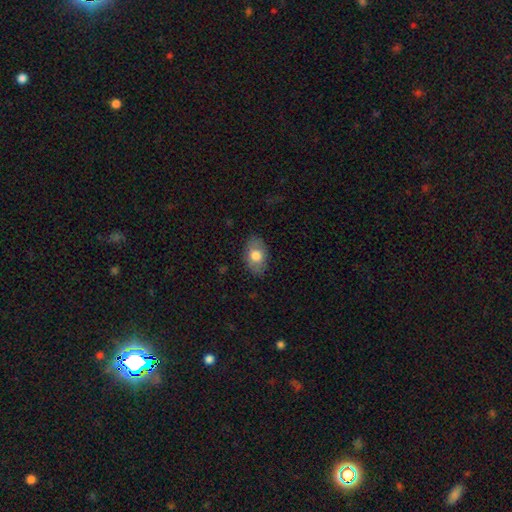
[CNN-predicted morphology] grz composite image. It shows a smooth galaxy with no disk features (72%) that is in between round and cigar-shaped (87%). Merging: none (82%).